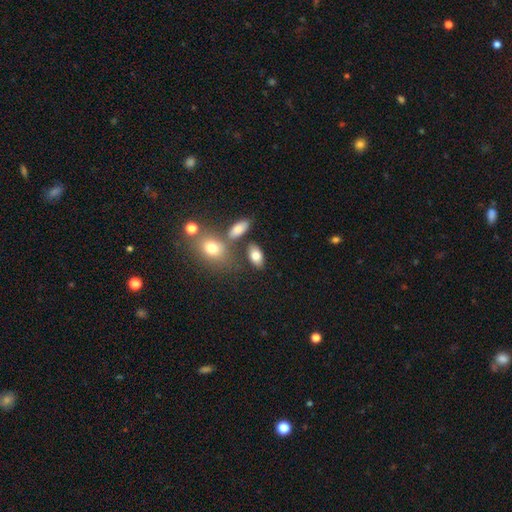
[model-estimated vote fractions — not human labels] This appears to be a smooth galaxy with no disk features (79%) that is in between round and cigar-shaped (89%). Merging: none (68%).